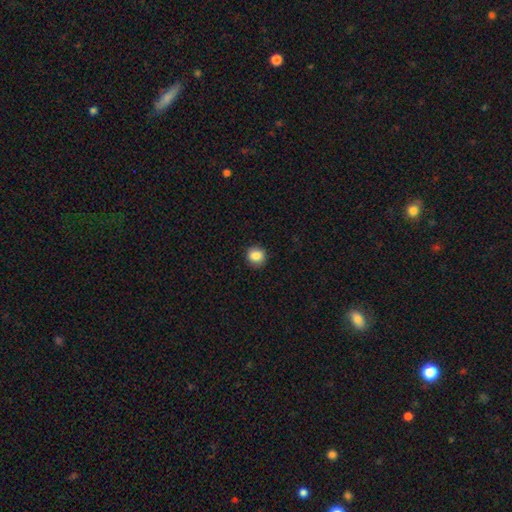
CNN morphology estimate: This appears to be a smooth galaxy with no disk features (87%) that is round (89%). Merging: none (90%).